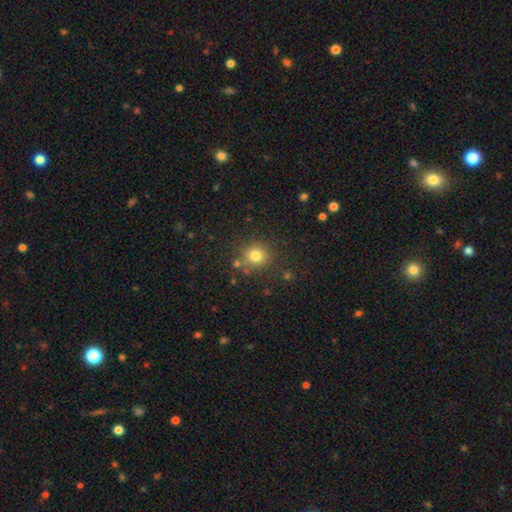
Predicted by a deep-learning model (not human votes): Smooth or featured?
  - smooth: 78% *
  - star or artifact: 15%
  - featured or disk: 7%
How rounded?
  - round: 88% *
  - in between: 11%
  - cigar-shaped: 1%
Merging?
  - none: 80% *
  - minor disturbance: 10%
  - merger: 6%
  - major disturbance: 4%